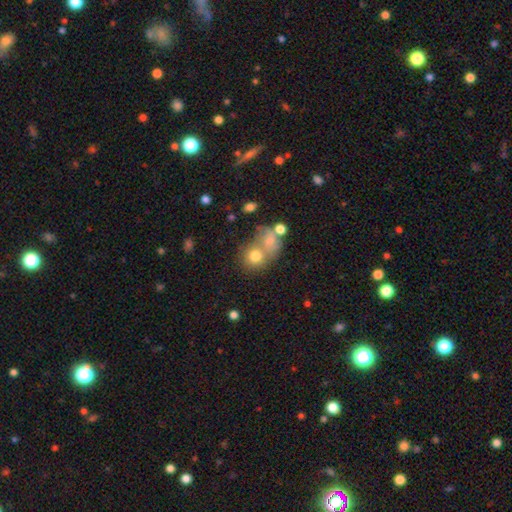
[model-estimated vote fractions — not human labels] The model was most divided on "merging": merger: 48%, none: 36%, minor disturbance: 10%, major disturbance: 6%. More confident: how rounded — round (74%); smooth or featured — smooth (73%).